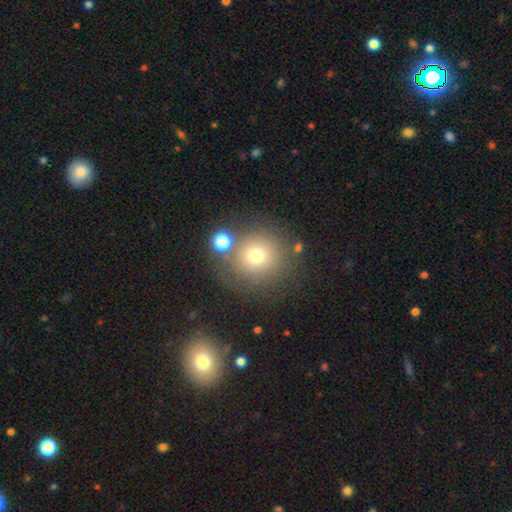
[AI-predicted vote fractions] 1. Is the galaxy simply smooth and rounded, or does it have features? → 71% smooth, 17% star or artifact, 12% featured or disk.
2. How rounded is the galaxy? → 91% round, 8% in between, 1% cigar-shaped.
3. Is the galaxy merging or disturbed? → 75% none, 10% minor disturbance, 9% merger, 6% major disturbance.